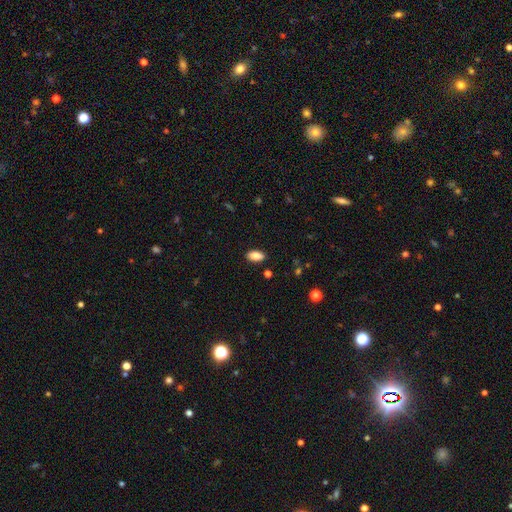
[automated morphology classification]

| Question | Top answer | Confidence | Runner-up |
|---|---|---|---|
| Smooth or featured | smooth | 86% | star or artifact (8%) |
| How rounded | in between | 91% | cigar-shaped (5%) |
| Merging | none | 88% | minor disturbance (8%) |